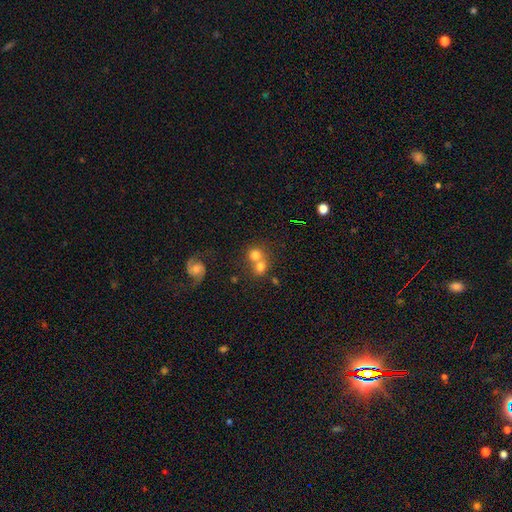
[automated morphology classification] Overall: smooth (70%). How rounded: round (82%). Merging: merger (52%; none 38%).